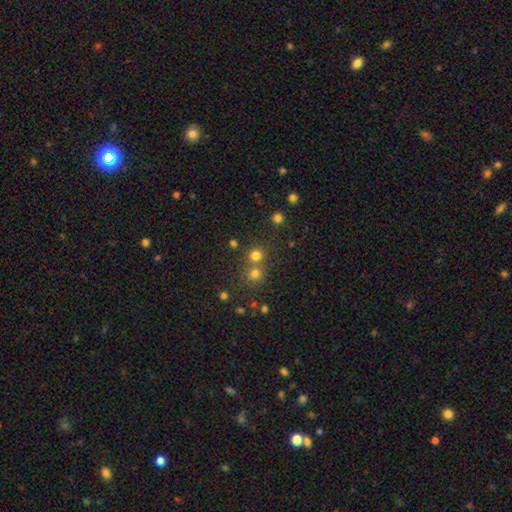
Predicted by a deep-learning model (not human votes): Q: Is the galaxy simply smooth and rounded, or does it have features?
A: smooth — 73%.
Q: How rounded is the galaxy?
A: round — 87%.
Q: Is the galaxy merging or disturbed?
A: none — 59%.